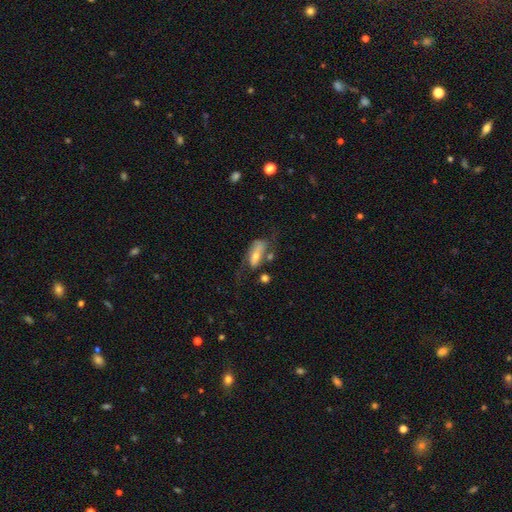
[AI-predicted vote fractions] This is possibly a featured or disk galaxy (58%). It is clearly not viewed edge-on (86%). Merging: marginally none (43%).